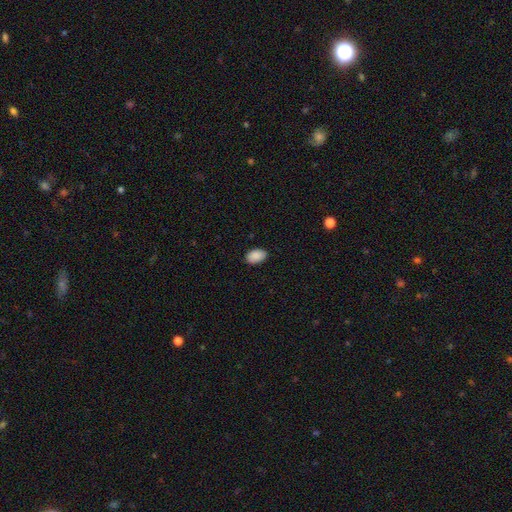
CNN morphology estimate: Smooth or featured? smooth (90%)
How rounded? in between (91%)
Merging? none (87%)